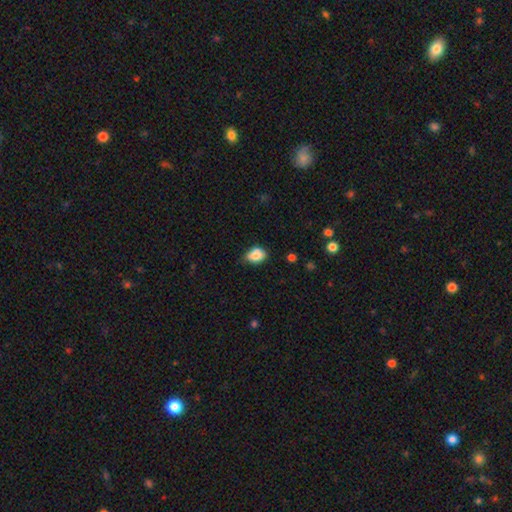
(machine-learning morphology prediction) A smooth galaxy with no disk features (81%) that is in between round and cigar-shaped (71%). Merging: none (50%).